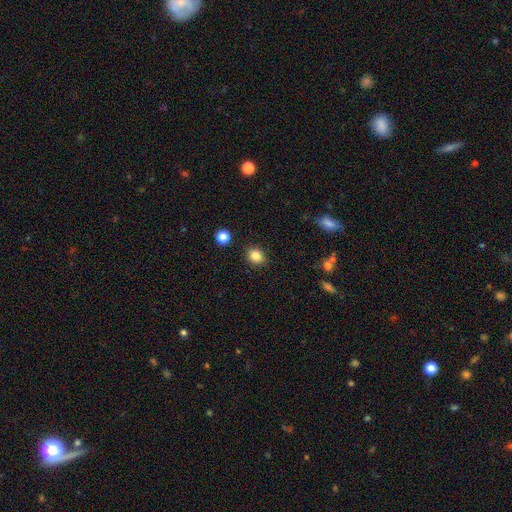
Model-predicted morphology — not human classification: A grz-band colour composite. It shows a smooth galaxy with no disk features (85%) that is round (64%). Merging: none (87%).